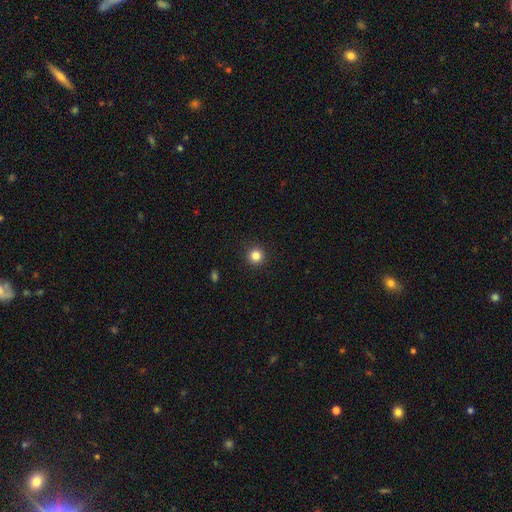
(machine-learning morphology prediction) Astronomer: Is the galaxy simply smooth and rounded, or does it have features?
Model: smooth — 84%.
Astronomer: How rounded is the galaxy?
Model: round — 95%.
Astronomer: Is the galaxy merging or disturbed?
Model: none — 92%.